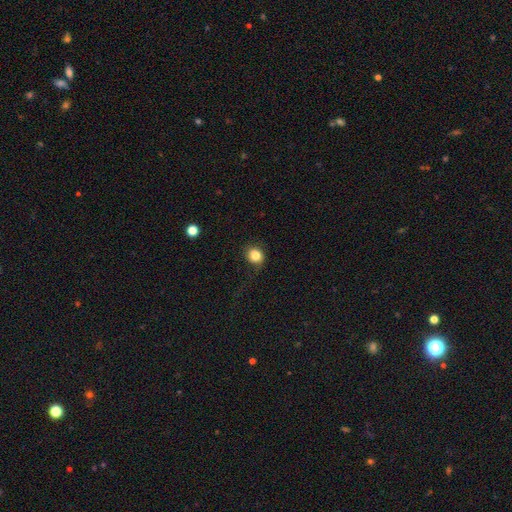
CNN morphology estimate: A smooth galaxy with no disk features (83%) that is round (71%).

Vote fractions:
- Smooth or featured? smooth: 83% / star or artifact: 11% / featured or disk: 7%
- How rounded? round: 71% / in between: 28% / cigar-shaped: 1%
- Merging? none: 75% / minor disturbance: 16% / major disturbance: 8% / merger: 1%